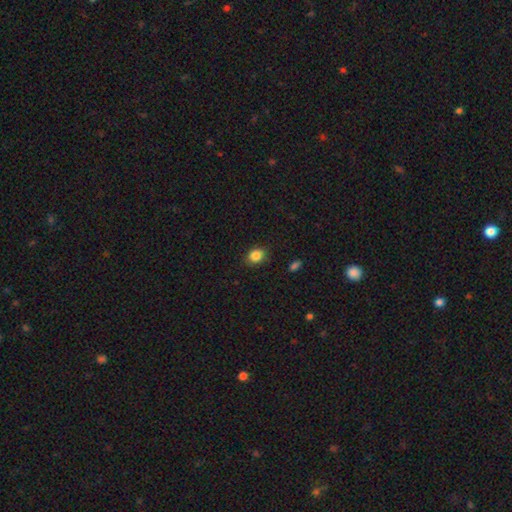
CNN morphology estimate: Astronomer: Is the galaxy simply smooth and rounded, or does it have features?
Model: smooth — 86%.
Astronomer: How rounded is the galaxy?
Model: round — 50% (runner-up: in between, 49%).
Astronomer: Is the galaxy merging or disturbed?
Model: none — 85%.